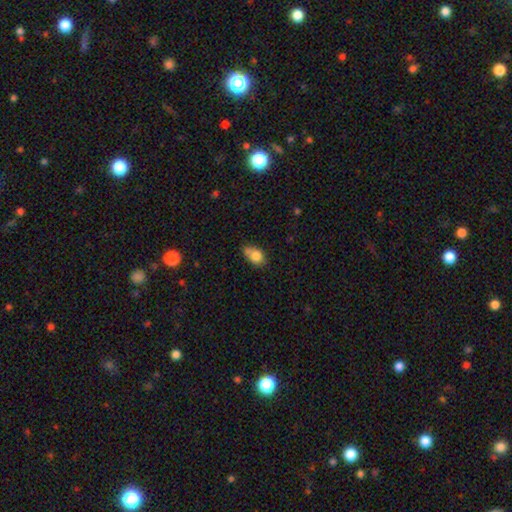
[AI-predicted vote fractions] Smooth or featured? smooth (79%)
How rounded? in between (77%)
Merging? none (49%)